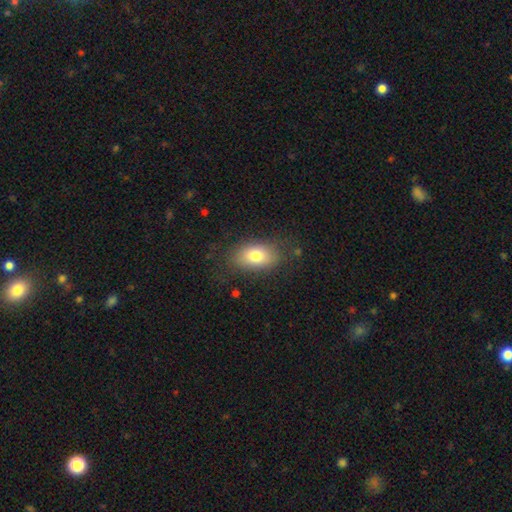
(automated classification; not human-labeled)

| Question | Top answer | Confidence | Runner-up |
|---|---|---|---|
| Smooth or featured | smooth | 78% | featured or disk (14%) |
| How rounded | in between | 87% | round (11%) |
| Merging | none | 78% | minor disturbance (15%) |